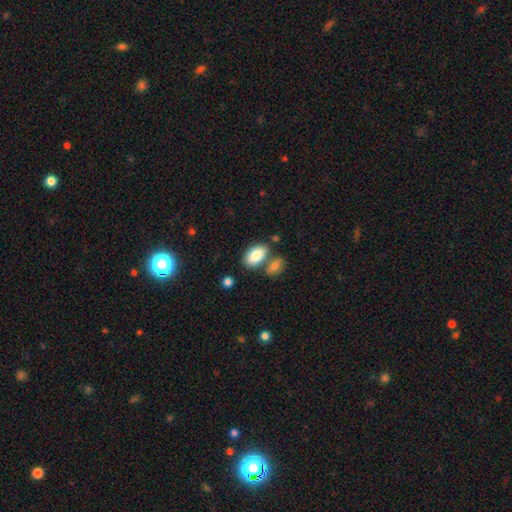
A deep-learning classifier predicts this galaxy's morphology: Overall: smooth (86%). How rounded: in between (93%). Merging: none (61%; merger 24%).